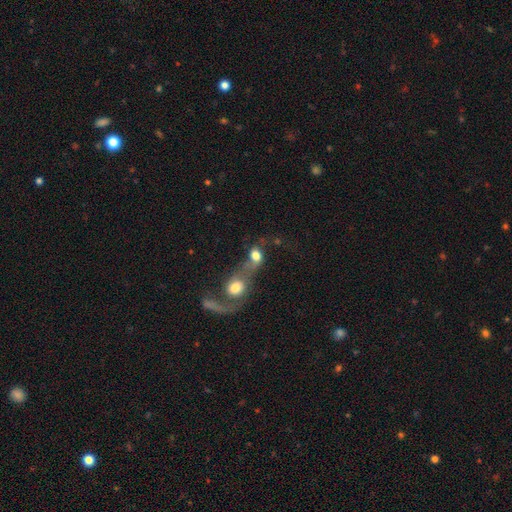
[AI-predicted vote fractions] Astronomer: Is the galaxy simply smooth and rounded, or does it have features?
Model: smooth — 65%.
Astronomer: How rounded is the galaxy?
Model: round — 52% (runner-up: in between, 45%).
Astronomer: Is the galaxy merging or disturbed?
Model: merger — 74%.